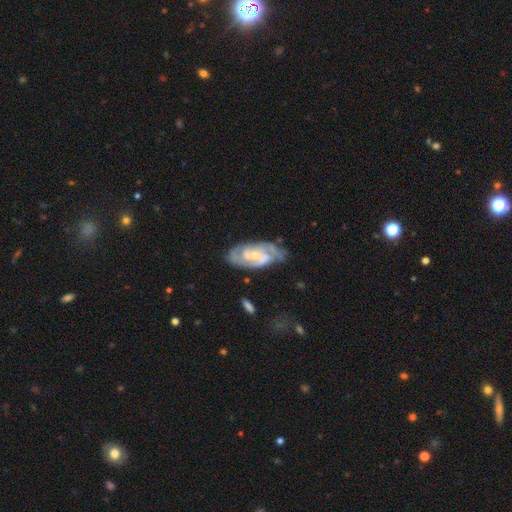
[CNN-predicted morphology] A featured or disk galaxy (84%) with a weak bar (49%), 2 (58%) tight (48%) spiral arms (95%) and a small central bulge (58%). Merging: none (66%).